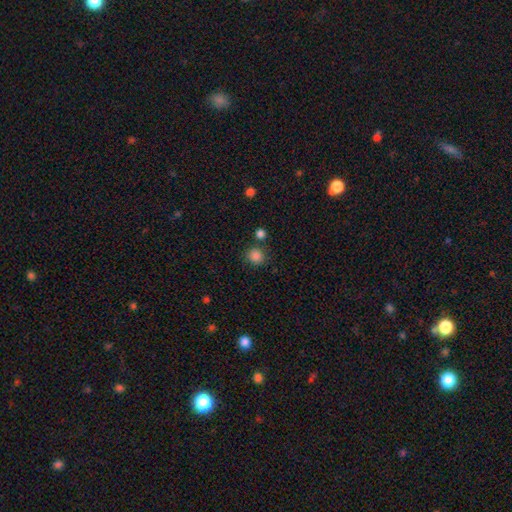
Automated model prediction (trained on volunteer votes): This appears to be a smooth galaxy with no disk features (85%) that is round (89%). Merging: none (79%).